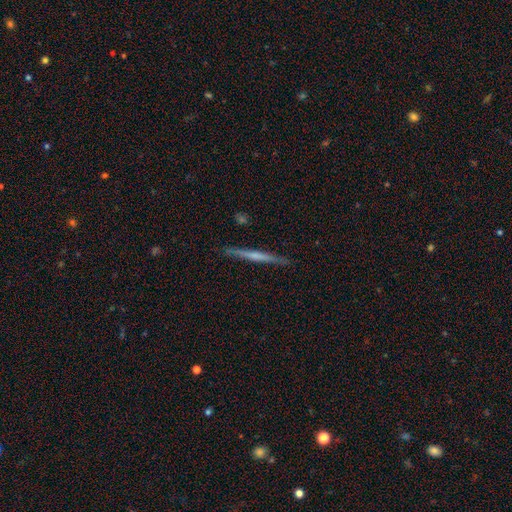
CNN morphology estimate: This appears to be a featured or disk galaxy (58%) viewed edge-on (97%) with no central bulge (60%). Merging: none (89%).